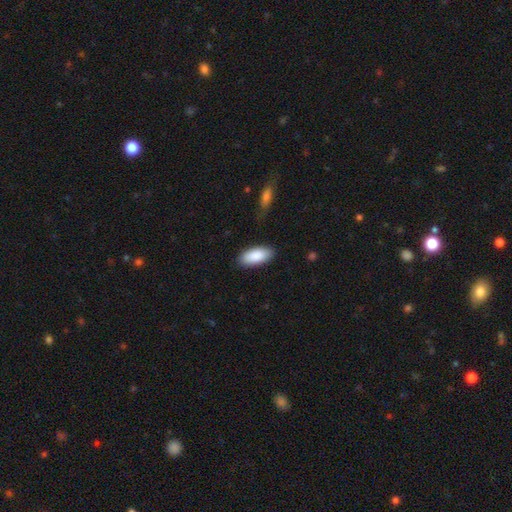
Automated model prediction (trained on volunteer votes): This appears to be a smooth galaxy with no disk features (89%) that is in between round and cigar-shaped (90%). Merging: none (85%).